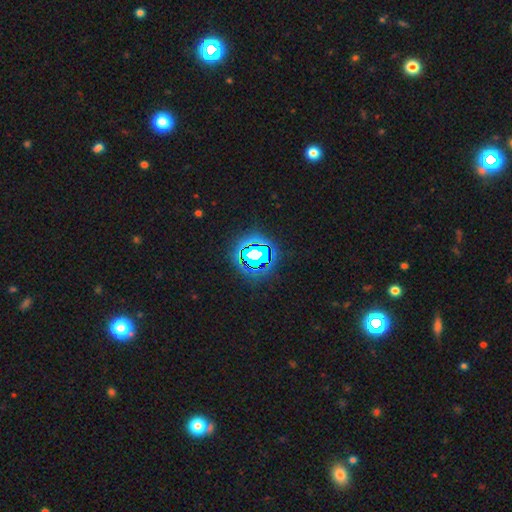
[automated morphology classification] smooth_or_featured: star or artifact (p=0.68) [alt: smooth p=0.19]